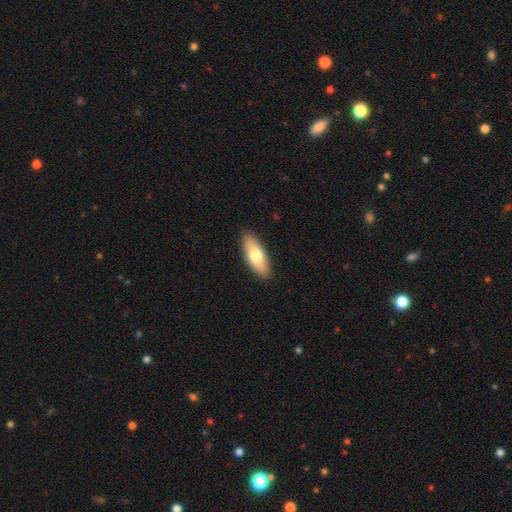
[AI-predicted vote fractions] smooth_or_featured: smooth (p=0.71) [alt: featured or disk p=0.23]
how_rounded: in between (p=0.68) [alt: cigar-shaped p=0.29]
merging: none (p=0.90) [alt: minor disturbance p=0.08]